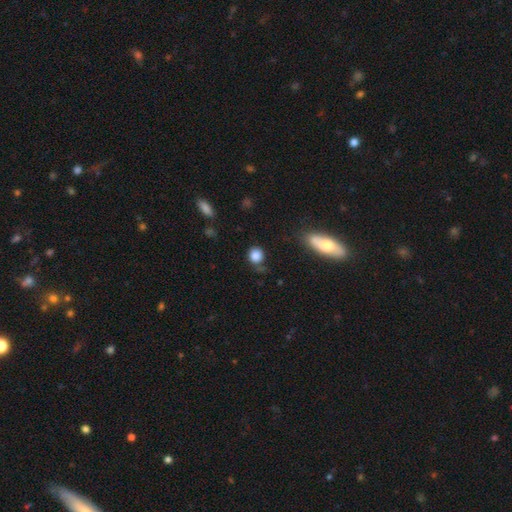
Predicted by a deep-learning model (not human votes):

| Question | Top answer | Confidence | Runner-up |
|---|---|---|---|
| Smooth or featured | smooth | 85% | star or artifact (10%) |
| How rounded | round | 82% | in between (17%) |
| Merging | none | 69% | minor disturbance (19%) |